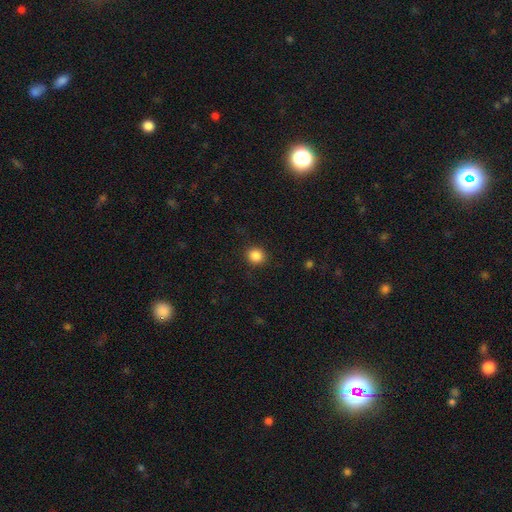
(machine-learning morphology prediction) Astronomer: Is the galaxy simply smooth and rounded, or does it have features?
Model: smooth — 86%.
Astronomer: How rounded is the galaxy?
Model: round — 88%.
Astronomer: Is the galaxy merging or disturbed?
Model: none — 90%.